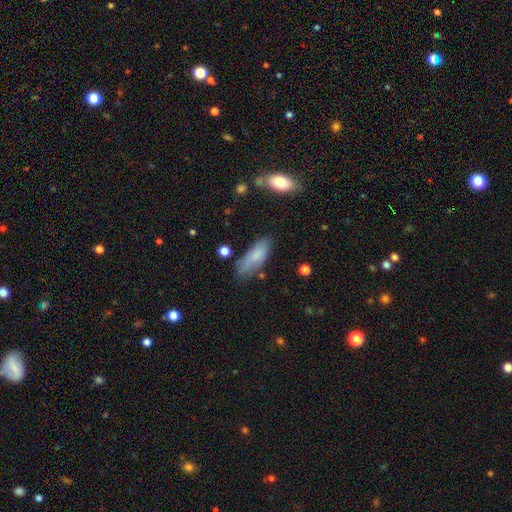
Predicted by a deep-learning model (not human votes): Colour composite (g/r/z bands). It shows a smooth galaxy with no disk features (78%) that is in between round and cigar-shaped (67%). Merging: none (65%).